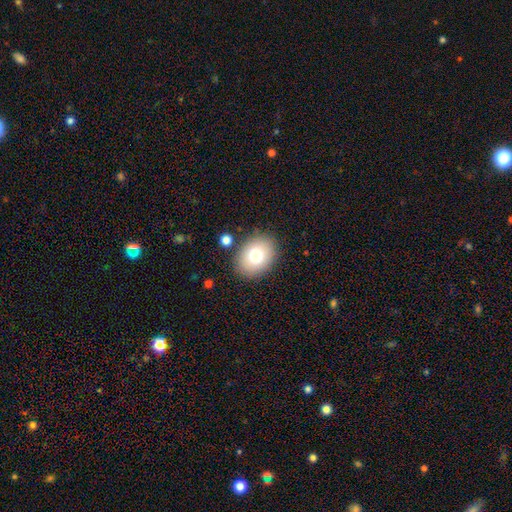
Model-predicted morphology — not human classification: Smooth or featured?
  - smooth: 77% *
  - featured or disk: 14%
  - star or artifact: 9%
How rounded?
  - in between: 67% *
  - round: 32%
  - cigar-shaped: 1%
Merging?
  - none: 85% *
  - minor disturbance: 9%
  - merger: 3%
  - major disturbance: 3%